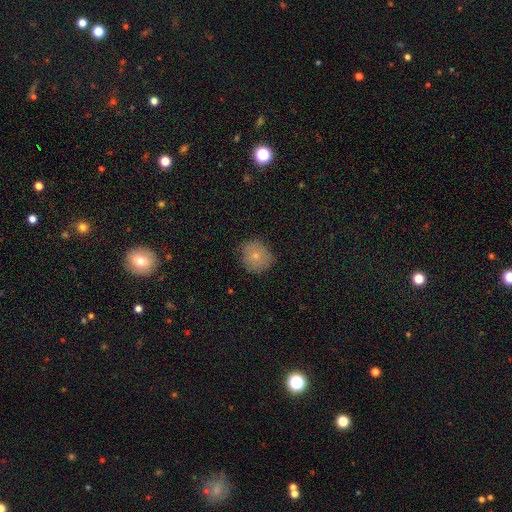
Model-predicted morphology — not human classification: This is likely a smooth galaxy (75%). How rounded: likely round (80%). Merging: likely none (77%).